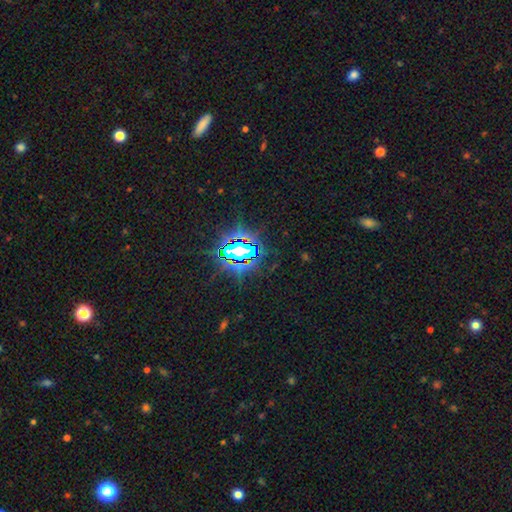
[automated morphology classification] Q: Smooth or featured?
A: star or artifact (83%); runner-up: smooth (10%)